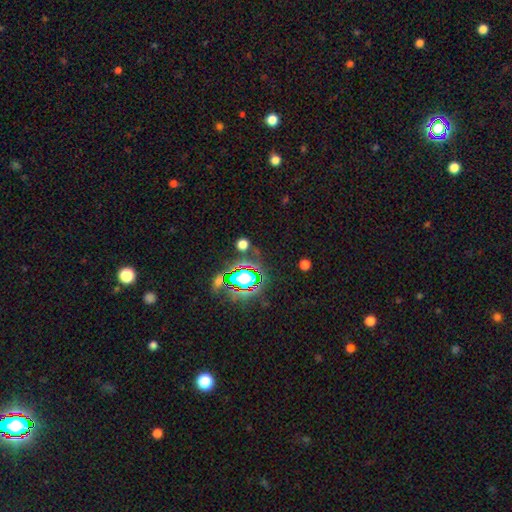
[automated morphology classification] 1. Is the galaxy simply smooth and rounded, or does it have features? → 80% star or artifact, 12% smooth, 8% featured or disk.